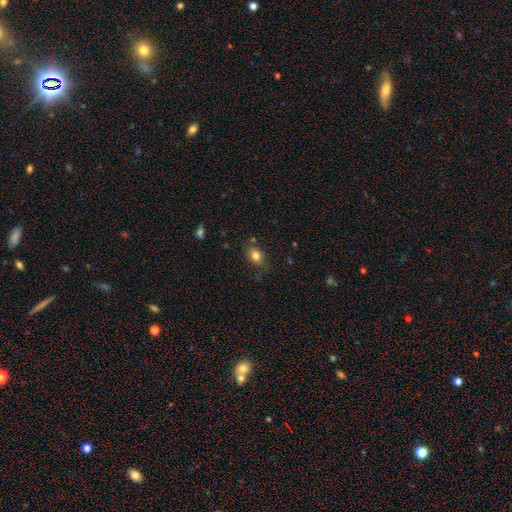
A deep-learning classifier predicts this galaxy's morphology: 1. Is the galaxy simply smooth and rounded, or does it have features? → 81% smooth, 10% star or artifact, 9% featured or disk.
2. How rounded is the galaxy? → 70% in between, 29% round, 2% cigar-shaped.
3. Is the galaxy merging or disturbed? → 76% none, 16% minor disturbance, 4% major disturbance, 4% merger.